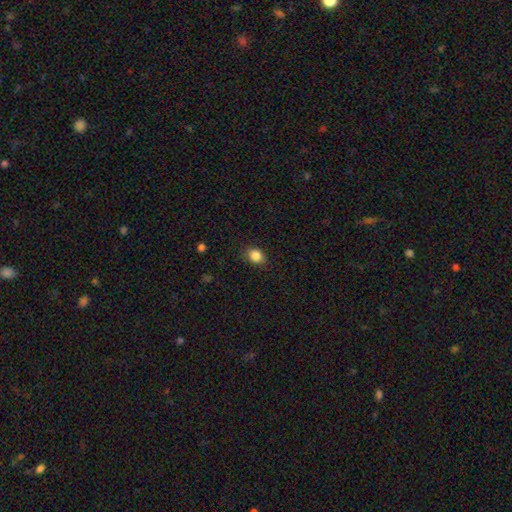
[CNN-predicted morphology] The model was most divided on "how rounded": round: 50%, in between: 49%, cigar-shaped: 1%. More confident: smooth or featured — smooth (86%); merging — none (83%).